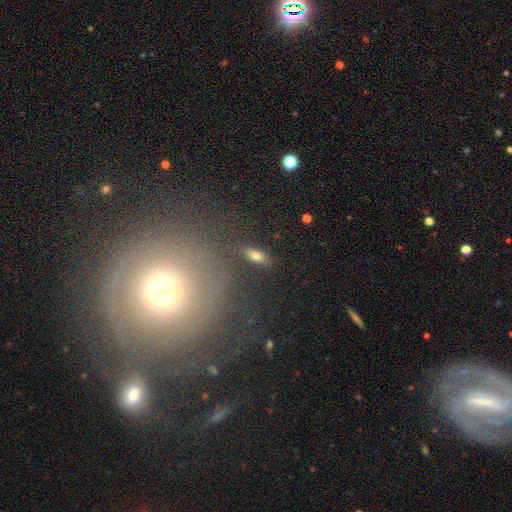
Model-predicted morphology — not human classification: Smooth or featured? Predicted: smooth (p=0.71). How rounded? Predicted: in between (p=0.67). Merging? Predicted: none (p=0.86).